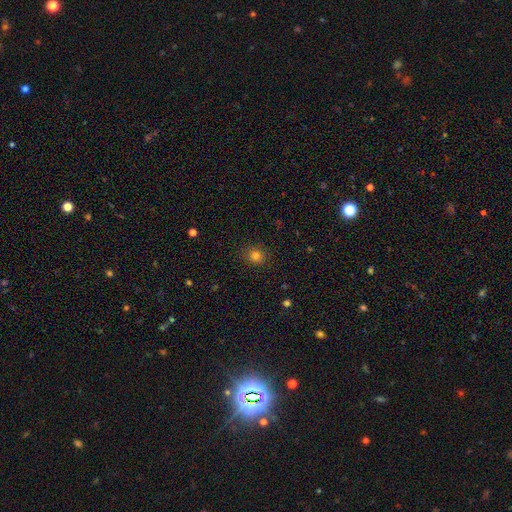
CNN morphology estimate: This is likely a smooth galaxy (80%). How rounded: likely round (78%). Merging: clearly none (89%).